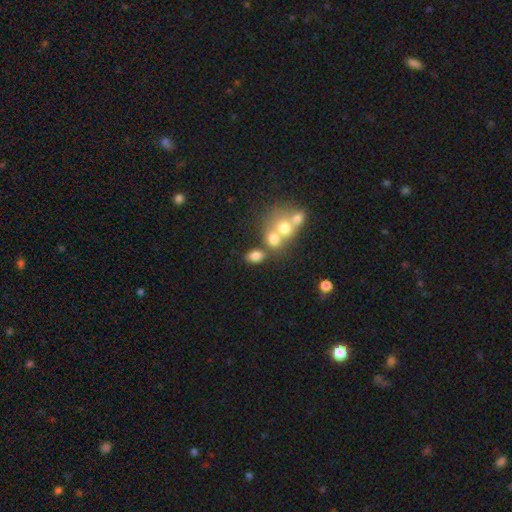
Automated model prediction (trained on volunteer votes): A smooth galaxy with no disk features (75%) that is in between round and cigar-shaped (72%).

Vote fractions:
- Smooth or featured? smooth: 75% / star or artifact: 13% / featured or disk: 12%
- How rounded? in between: 72% / round: 26% / cigar-shaped: 2%
- Merging? none: 51% / merger: 32% / minor disturbance: 11% / major disturbance: 6%